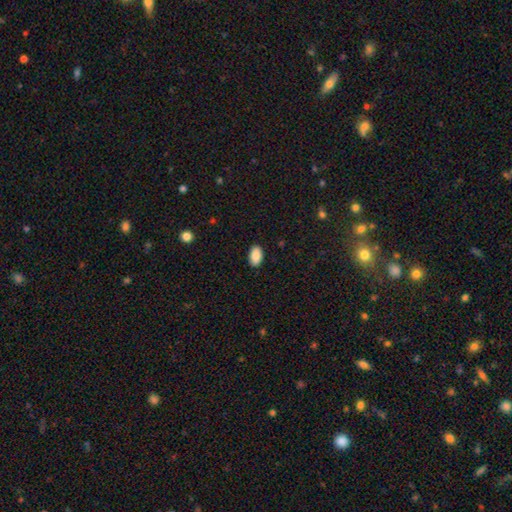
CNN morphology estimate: This is clearly a smooth galaxy (89%). How rounded: clearly in between (94%). Merging: clearly none (89%).